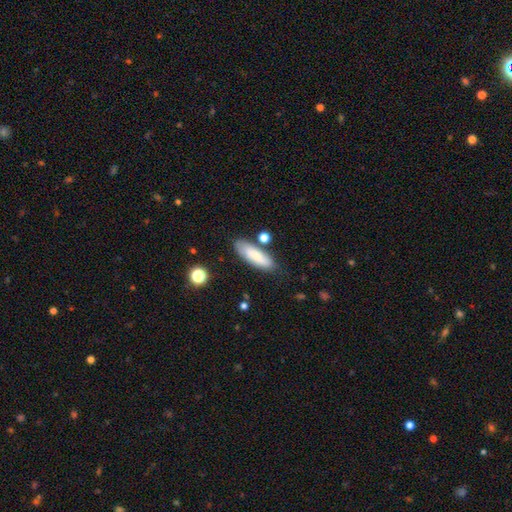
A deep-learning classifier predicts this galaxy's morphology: Q: Smooth or featured?
A: smooth (75%); runner-up: featured or disk (18%)
Q: How rounded?
A: in between (55%); runner-up: cigar-shaped (43%)
Q: Merging?
A: none (72%); runner-up: minor disturbance (16%)